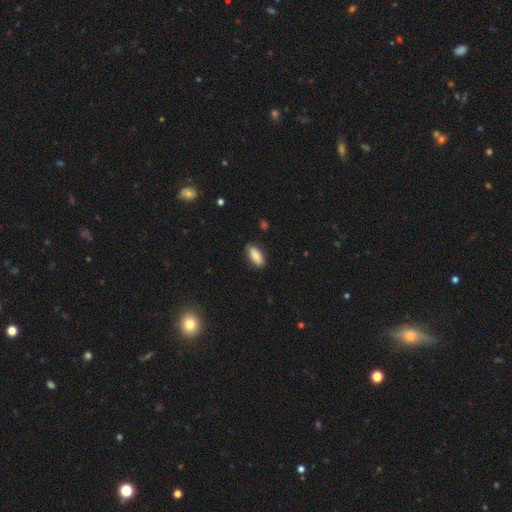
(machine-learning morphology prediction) This is clearly a smooth galaxy (80%). How rounded: clearly in between (85%). Merging: clearly none (84%).